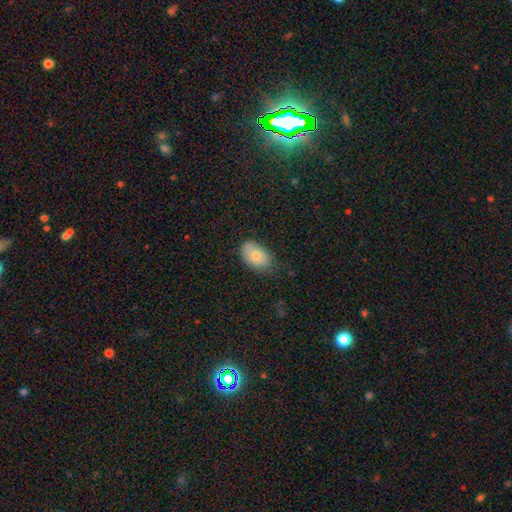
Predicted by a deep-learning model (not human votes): Smooth or featured: smooth — 78% (featured or disk — 15%)
How rounded: in between — 91% (round — 8%)
Merging: none — 70% (minor disturbance — 24%)